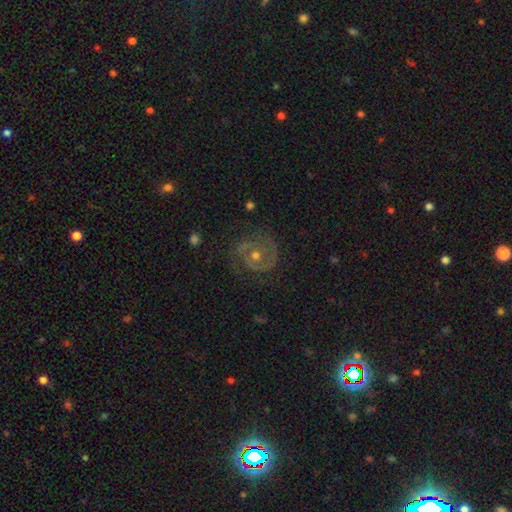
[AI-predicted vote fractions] Smooth or featured: featured or disk — 81% (smooth — 11%)
Edge-on disk: no — 98% (yes — 2%)
Bar: no — 71% (weak — 23%)
Spiral arms: yes — 92% (no — 8%)
Spiral winding: tight — 56% (medium — 35%)
Spiral arm count: 2 — 72% (can't tell — 12%)
Bulge size: moderate — 67% (small — 28%)
Merging: none — 75% (minor disturbance — 15%)